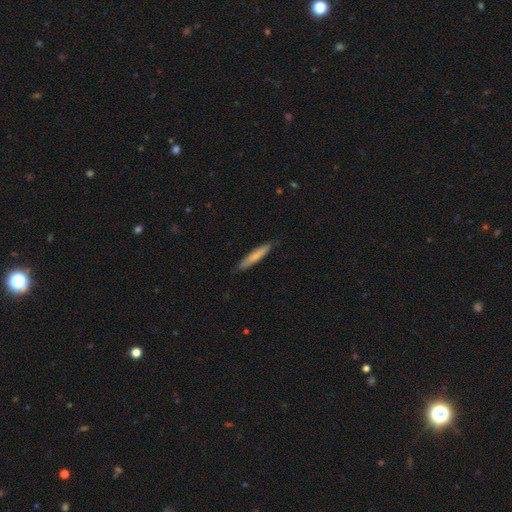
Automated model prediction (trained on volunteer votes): A smooth galaxy with no disk features (72%) that is cigar-shaped (91%). Merging: none (86%).